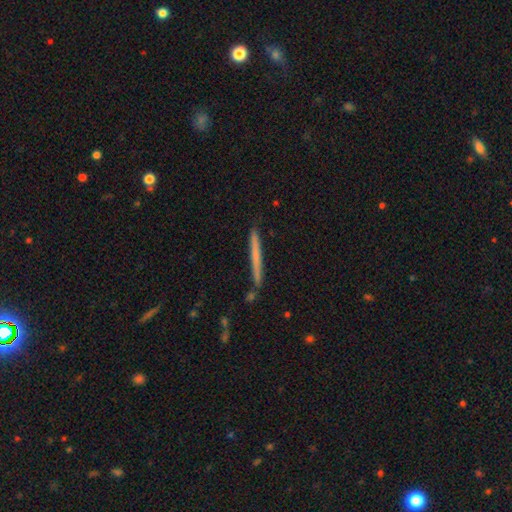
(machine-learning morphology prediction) The model was most divided on "smooth or featured": smooth: 54%, featured or disk: 39%, star or artifact: 6%. More confident: how rounded — cigar-shaped (97%); merging — none (88%).